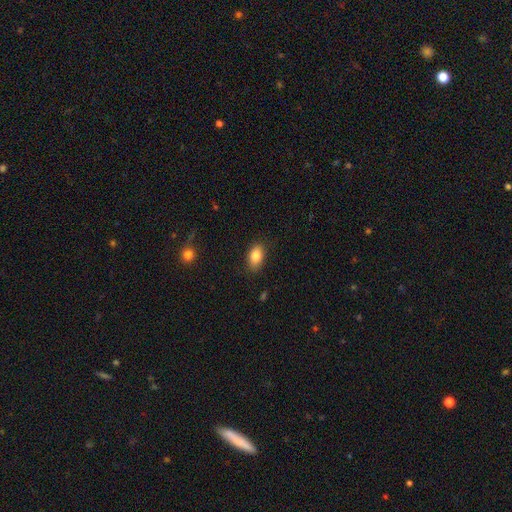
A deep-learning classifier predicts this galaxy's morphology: The model was most divided on "merging": none: 86%, minor disturbance: 11%, major disturbance: 3%, merger: 1%. More confident: how rounded — in between (88%); smooth or featured — smooth (85%).